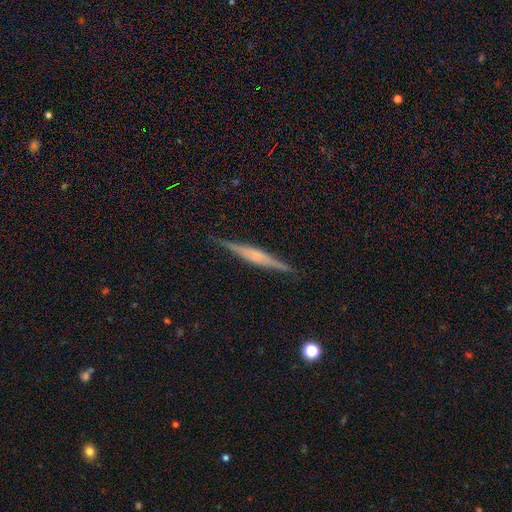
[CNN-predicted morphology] type=featured or disk (66%); edge-on=yes (98%); edge-on bulge=rounded (37%); merging=none (89%).